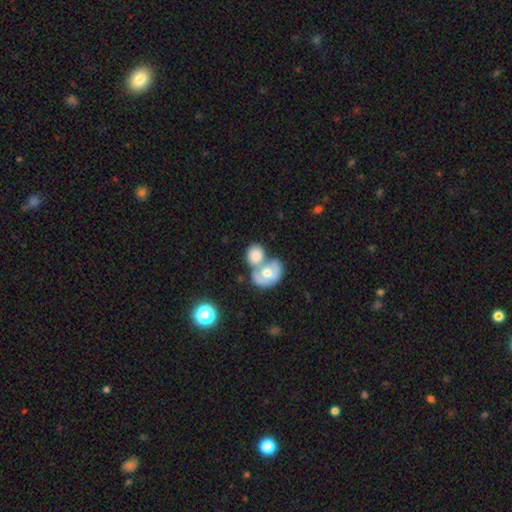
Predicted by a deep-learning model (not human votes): Morphology: type=smooth (67%); roundness=round (53%); merging=merger (62%).